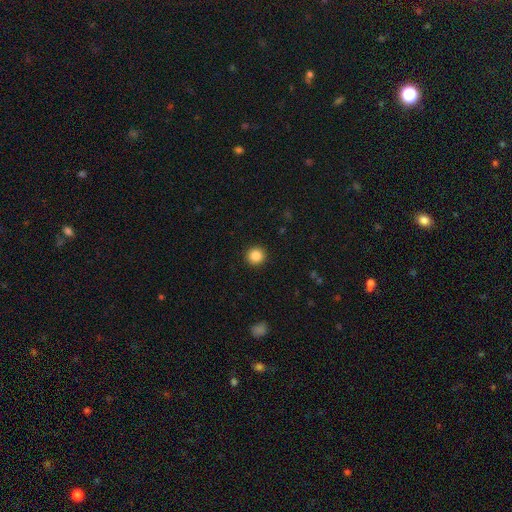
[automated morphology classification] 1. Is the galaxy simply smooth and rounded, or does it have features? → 86% smooth, 10% star or artifact, 4% featured or disk.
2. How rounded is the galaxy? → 94% round, 5% in between, 1% cigar-shaped.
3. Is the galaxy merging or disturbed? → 93% none, 5% minor disturbance, 2% major disturbance, 1% merger.